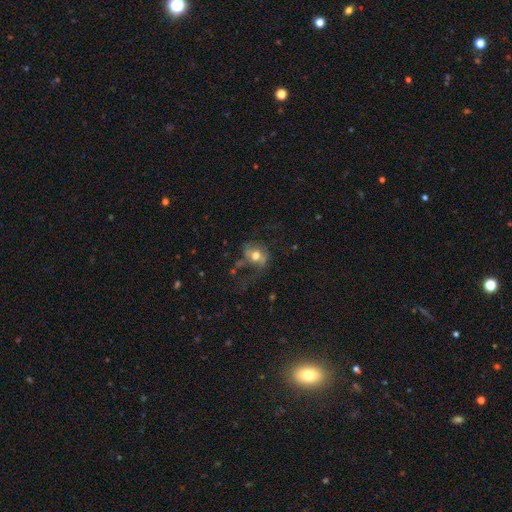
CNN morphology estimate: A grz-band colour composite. It shows a featured or disk galaxy (45%). Merging: major disturbance (40%).